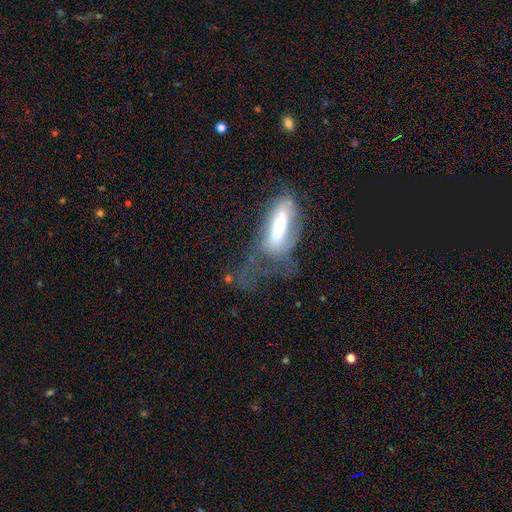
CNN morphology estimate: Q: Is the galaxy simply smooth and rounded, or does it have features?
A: featured or disk — 48%.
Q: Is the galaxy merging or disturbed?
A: major disturbance — 50%.